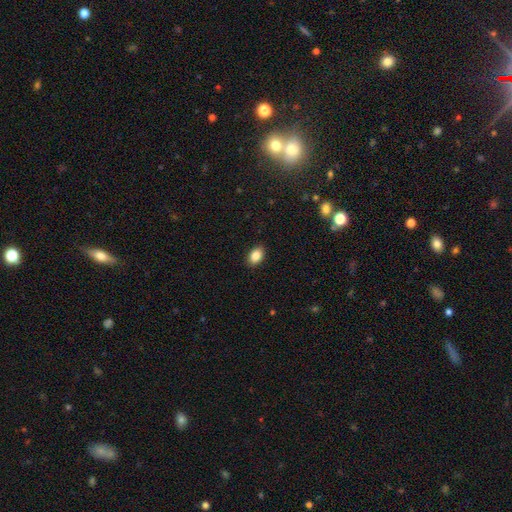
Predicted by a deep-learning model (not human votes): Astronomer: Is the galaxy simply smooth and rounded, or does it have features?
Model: smooth — 85%.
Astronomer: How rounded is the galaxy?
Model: in between — 84%.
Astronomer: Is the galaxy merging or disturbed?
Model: none — 90%.